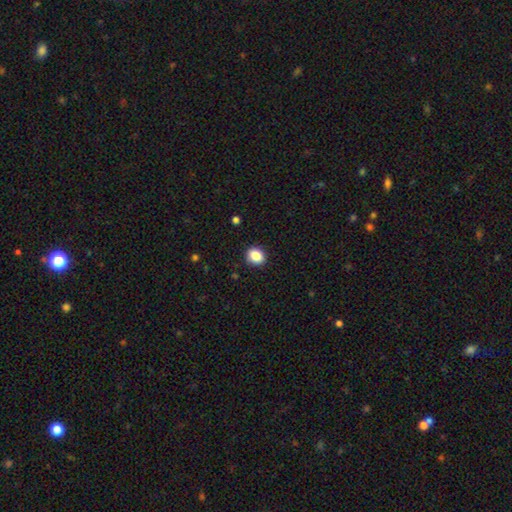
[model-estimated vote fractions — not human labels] Morphology: type=smooth (87%); roundness=round (62%); merging=none (89%).